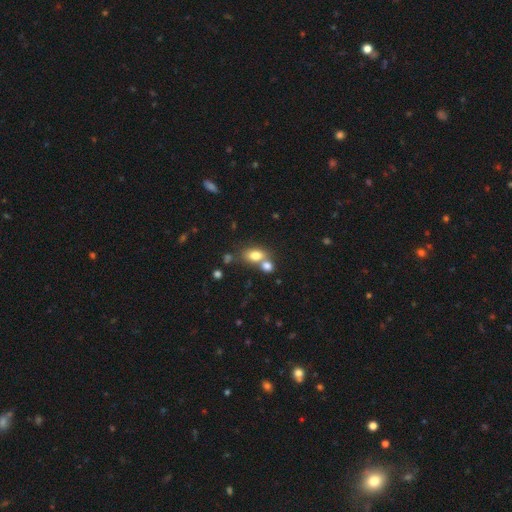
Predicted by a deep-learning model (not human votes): smooth_or_featured: smooth (p=0.78) [alt: featured or disk p=0.11]
how_rounded: in between (p=0.78) [alt: round p=0.20]
merging: none (p=0.43) [alt: merger p=0.42]